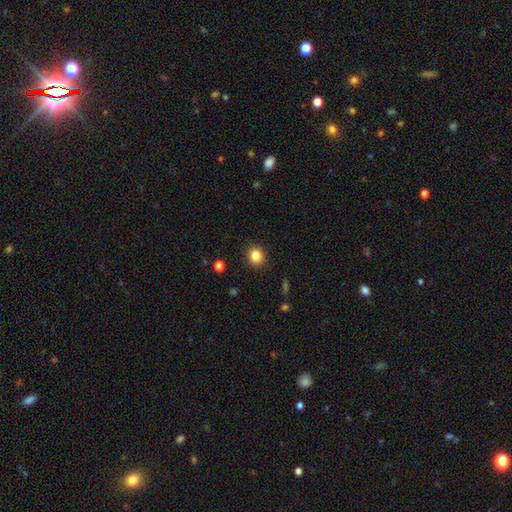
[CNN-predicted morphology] A smooth galaxy with no disk features (84%) that is round (74%).

Vote fractions:
- Smooth or featured? smooth: 84% / star or artifact: 11% / featured or disk: 5%
- How rounded? round: 74% / in between: 25% / cigar-shaped: 1%
- Merging? none: 89% / minor disturbance: 7% / major disturbance: 2% / merger: 1%